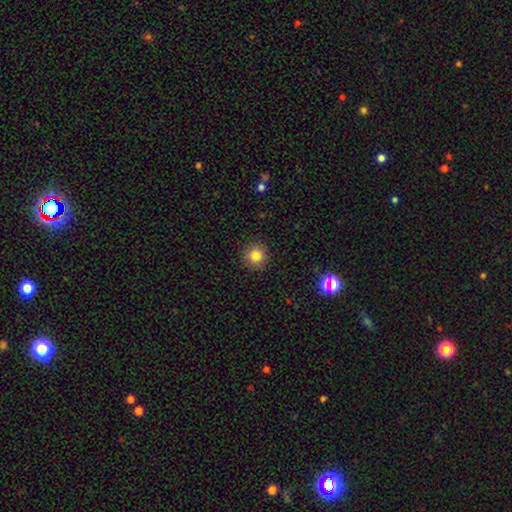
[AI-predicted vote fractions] Smooth or featured: smooth — 82% (star or artifact — 12%)
How rounded: round — 94% (in between — 5%)
Merging: none — 91% (minor disturbance — 6%)